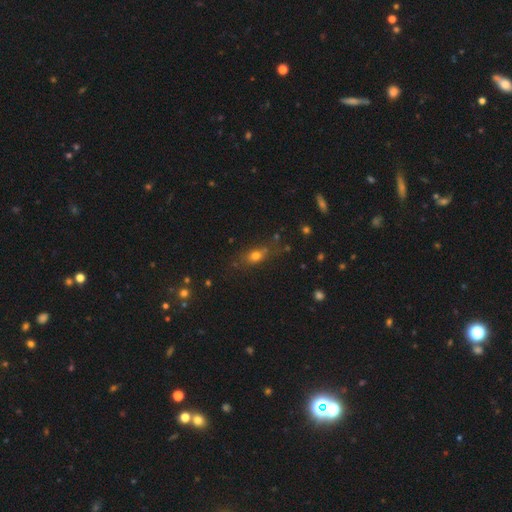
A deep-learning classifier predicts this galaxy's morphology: Q: Smooth or featured?
A: smooth (69%); runner-up: star or artifact (16%)
Q: How rounded?
A: in between (61%); runner-up: round (24%)
Q: Merging?
A: none (67%); runner-up: minor disturbance (20%)